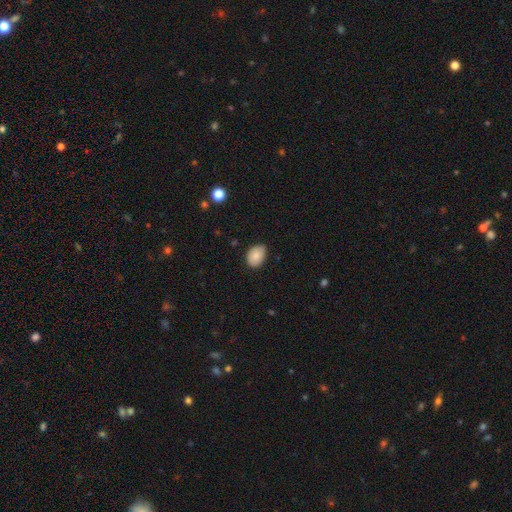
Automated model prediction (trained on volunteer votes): Morphology: type=smooth (85%); roundness=in between (77%); merging=none (81%).